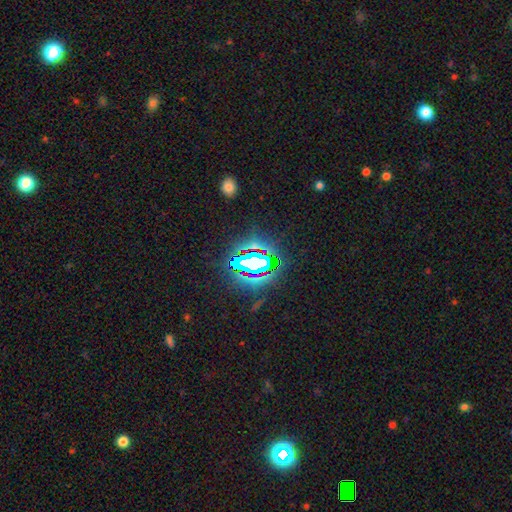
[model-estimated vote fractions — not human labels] A star or artifact, not a galaxy (82%).